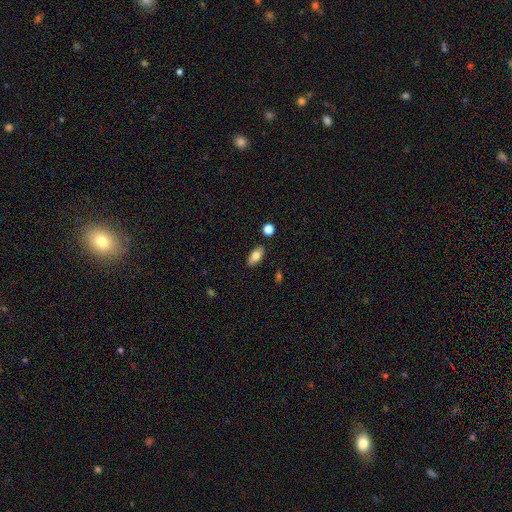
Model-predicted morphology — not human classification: type=smooth (81%); roundness=in between (91%); merging=none (86%).